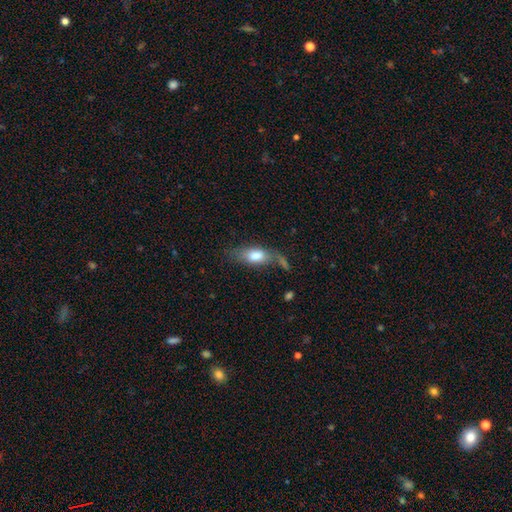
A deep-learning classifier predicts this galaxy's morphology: smooth_or_featured: smooth (p=0.72) [alt: featured or disk p=0.21]
how_rounded: in between (p=0.80) [alt: cigar-shaped p=0.16]
merging: none (p=0.48) [alt: minor disturbance p=0.26]